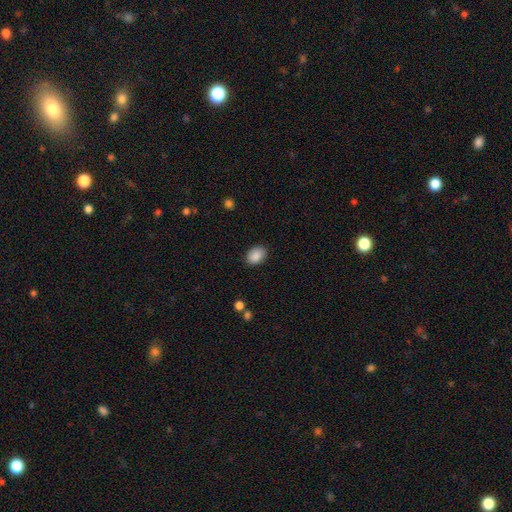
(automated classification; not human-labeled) A smooth galaxy with no disk features (89%) that is in between round and cigar-shaped (74%).

Vote fractions:
- Smooth or featured? smooth: 89% / star or artifact: 8% / featured or disk: 3%
- How rounded? in between: 74% / round: 25% / cigar-shaped: 1%
- Merging? none: 87% / minor disturbance: 9% / major disturbance: 2% / merger: 1%